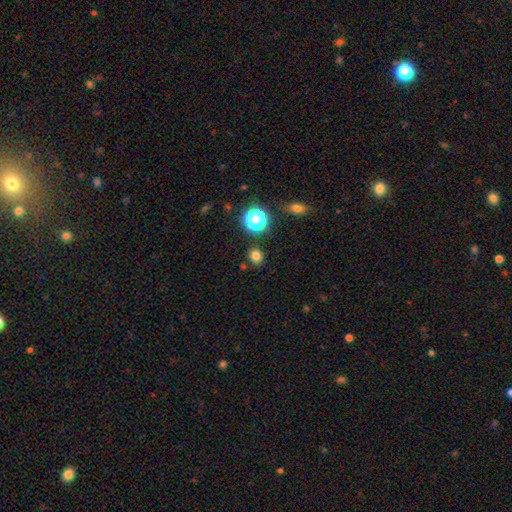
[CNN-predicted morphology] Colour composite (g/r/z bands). It shows a smooth galaxy with no disk features (78%) that is round (78%). Merging: none (87%).